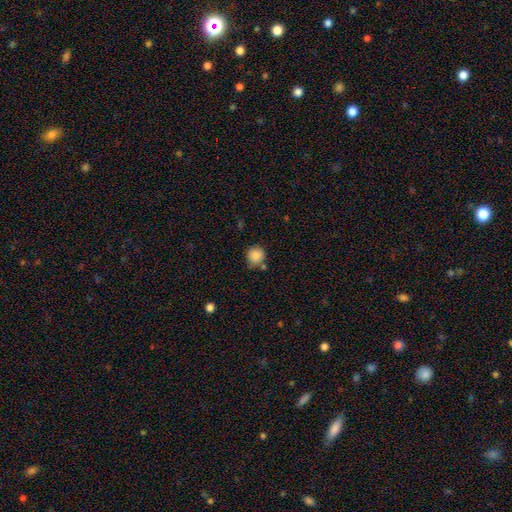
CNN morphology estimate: type=smooth (87%); roundness=round (90%); merging=none (69%).